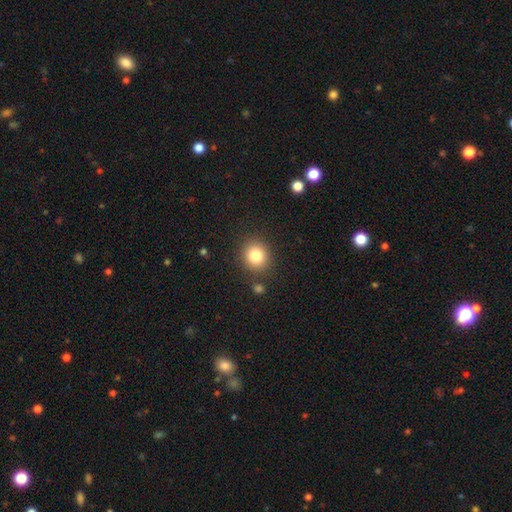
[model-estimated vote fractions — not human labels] smooth 82%, star or artifact 11%, featured or disk 7%. Down the decision tree: how rounded — round (86%); merging — none (85%).